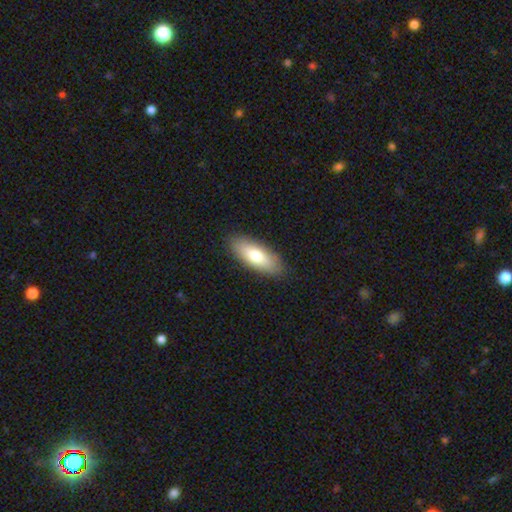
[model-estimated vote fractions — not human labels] Smooth or featured: smooth — 75% (featured or disk — 19%)
How rounded: in between — 75% (cigar-shaped — 23%)
Merging: none — 88% (minor disturbance — 9%)